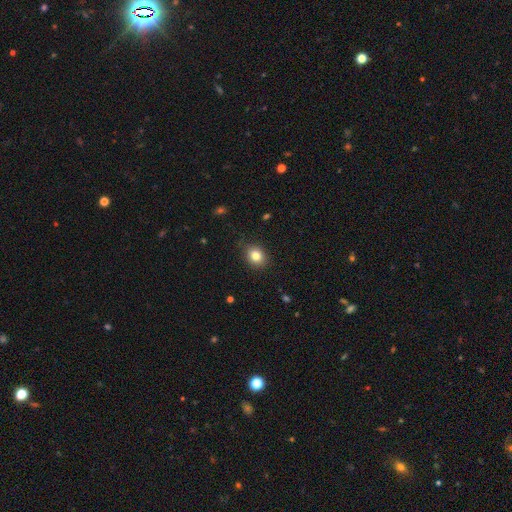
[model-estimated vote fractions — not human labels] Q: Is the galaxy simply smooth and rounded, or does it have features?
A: smooth — 82%.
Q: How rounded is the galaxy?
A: round — 55%.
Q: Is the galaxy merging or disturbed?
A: none — 84%.